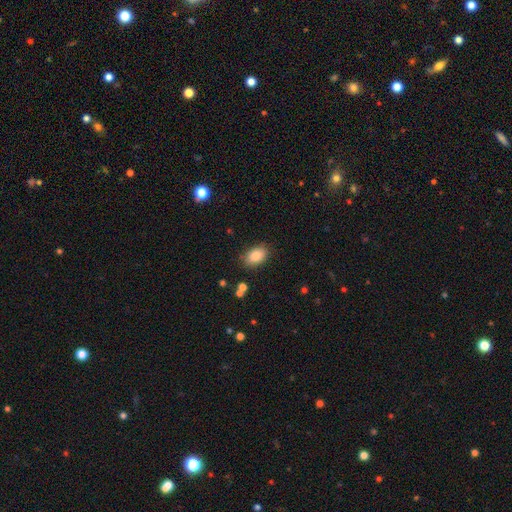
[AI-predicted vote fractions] Q: Smooth or featured?
A: smooth (85%); runner-up: star or artifact (8%)
Q: How rounded?
A: in between (85%); runner-up: round (14%)
Q: Merging?
A: none (83%); runner-up: minor disturbance (12%)